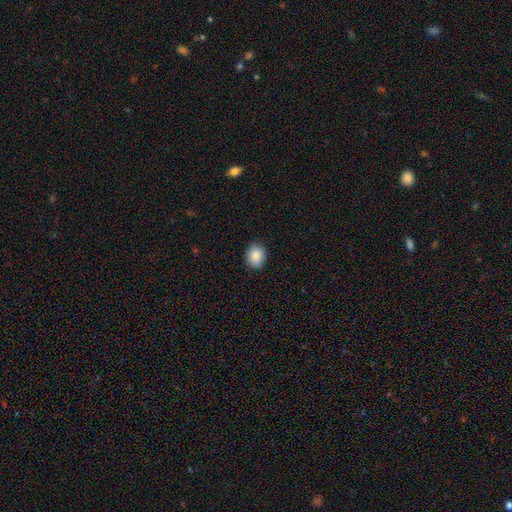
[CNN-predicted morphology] Smooth or featured? smooth (87%)
How rounded? round (51%)
Merging? none (86%)